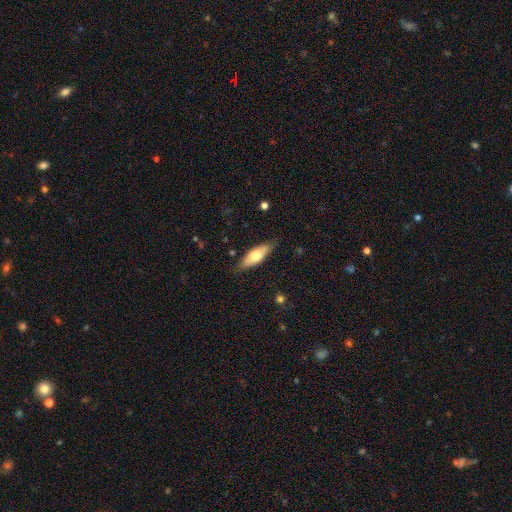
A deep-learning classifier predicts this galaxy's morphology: A smooth galaxy with no disk features (64%) that is in between round and cigar-shaped (65%).

Vote fractions:
- Smooth or featured? smooth: 64% / featured or disk: 30% / star or artifact: 6%
- How rounded? in between: 65% / cigar-shaped: 32% / round: 2%
- Merging? none: 82% / minor disturbance: 14% / major disturbance: 3% / merger: 1%